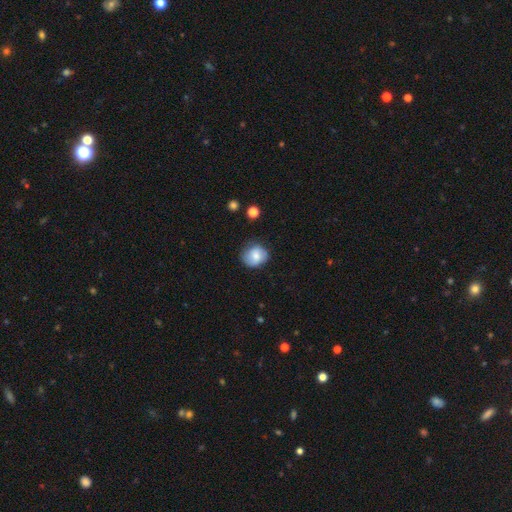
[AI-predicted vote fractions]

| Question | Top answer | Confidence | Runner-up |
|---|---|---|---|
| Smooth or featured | smooth | 77% | featured or disk (15%) |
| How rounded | round | 77% | in between (22%) |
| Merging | none | 74% | minor disturbance (20%) |